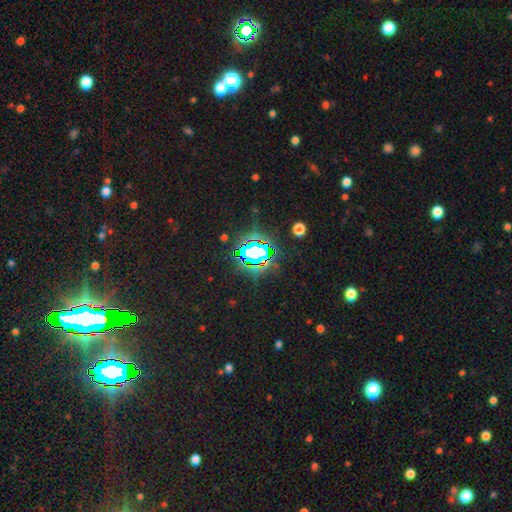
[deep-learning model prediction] Overall: star or artifact (75%).